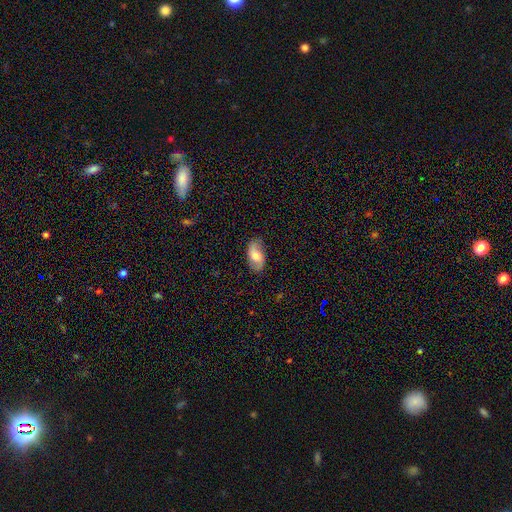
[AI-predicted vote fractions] Morphology: type=smooth (60%); roundness=in between (93%); merging=none (82%).